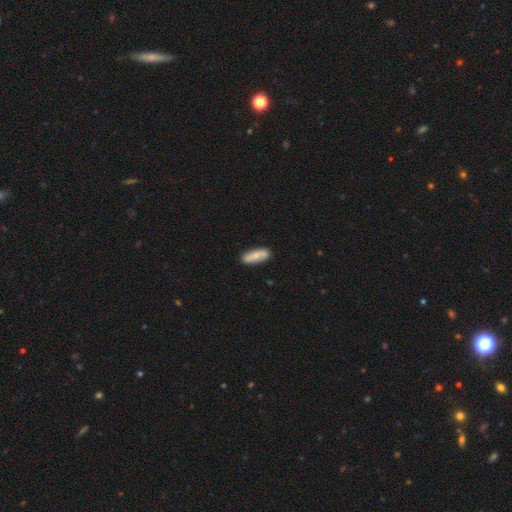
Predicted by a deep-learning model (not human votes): Smooth or featured? smooth (72%)
How rounded? in between (59%)
Merging? none (84%)